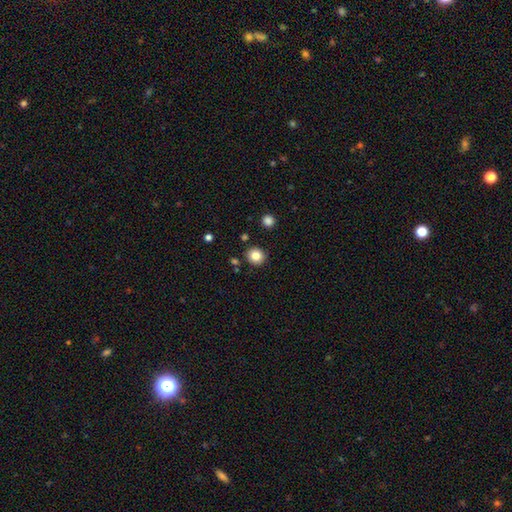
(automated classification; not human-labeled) smooth-or-featured: smooth: 84% | star or artifact: 11% | featured or disk: 6%
  how-rounded: round: 88% | in between: 11% | cigar-shaped: 1%
  merging: none: 89% | minor disturbance: 7% | merger: 3% | major disturbance: 2%